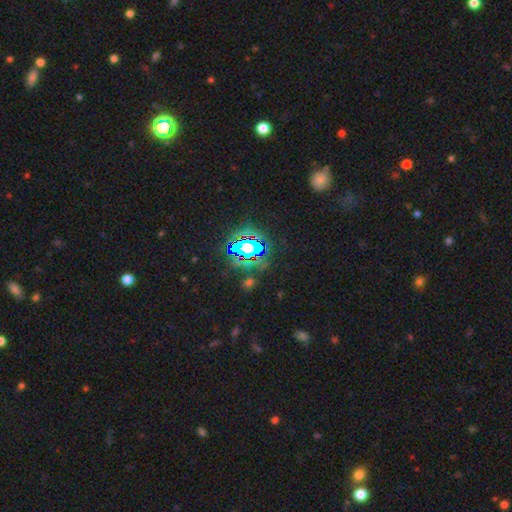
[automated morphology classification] Smooth or featured?
  - star or artifact: 81% *
  - smooth: 12%
  - featured or disk: 7%